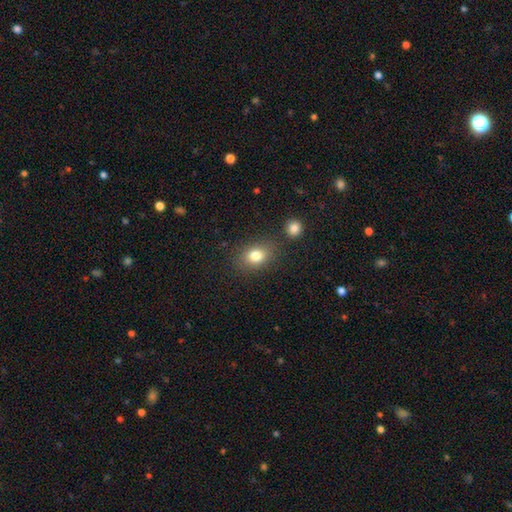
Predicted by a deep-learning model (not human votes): Smooth or featured?
  - smooth: 80% *
  - star or artifact: 11%
  - featured or disk: 9%
How rounded?
  - in between: 60% *
  - round: 39%
  - cigar-shaped: 1%
Merging?
  - none: 78% *
  - minor disturbance: 12%
  - merger: 6%
  - major disturbance: 4%